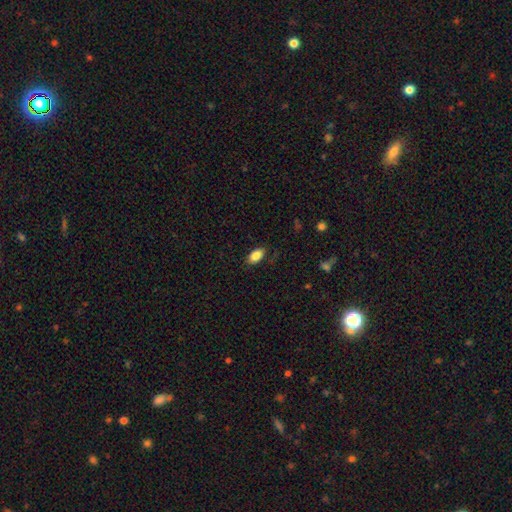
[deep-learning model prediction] smooth 84%, featured or disk 8%, star or artifact 8%. Down the decision tree: how rounded — in between (92%); merging — none (84%).